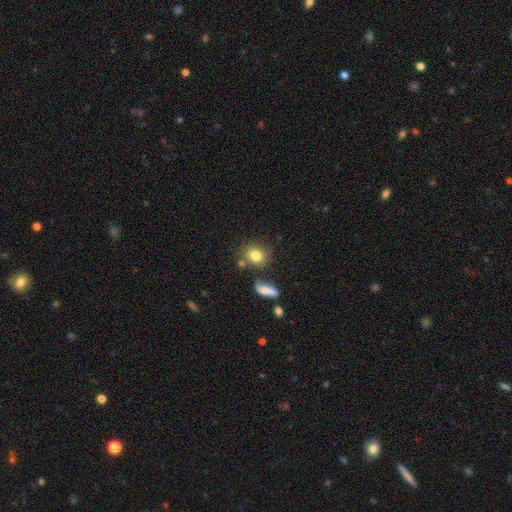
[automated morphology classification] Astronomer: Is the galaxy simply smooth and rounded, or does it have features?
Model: smooth — 80%.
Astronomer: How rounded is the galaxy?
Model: round — 65%.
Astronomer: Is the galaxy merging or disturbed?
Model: none — 70%.